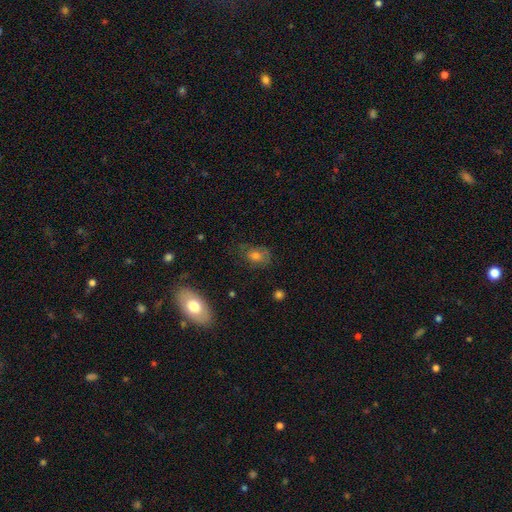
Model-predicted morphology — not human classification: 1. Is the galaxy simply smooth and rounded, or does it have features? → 59% smooth, 25% featured or disk, 17% star or artifact.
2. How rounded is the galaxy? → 69% in between, 29% round, 2% cigar-shaped.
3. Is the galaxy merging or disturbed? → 64% none, 23% minor disturbance, 11% major disturbance, 2% merger.